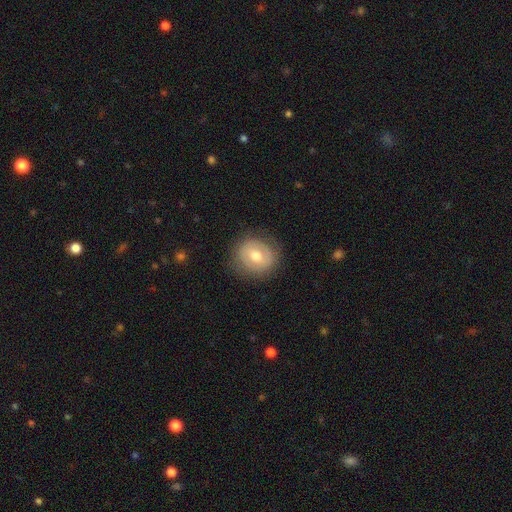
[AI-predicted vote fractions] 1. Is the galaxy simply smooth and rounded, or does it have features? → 56% smooth, 37% featured or disk, 7% star or artifact.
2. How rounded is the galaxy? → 76% round, 23% in between, 1% cigar-shaped.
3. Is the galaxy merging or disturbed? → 81% none, 13% minor disturbance, 5% major disturbance, 1% merger.